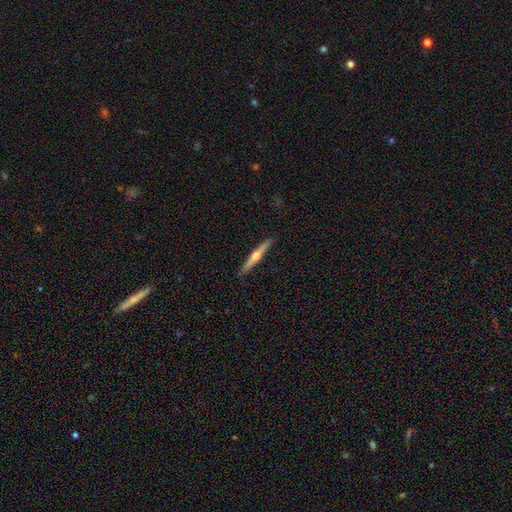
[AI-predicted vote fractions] smooth-or-featured: featured or disk: 66% | smooth: 29% | star or artifact: 5%
  disk-edge-on: yes: 98% | no: 2%
    edge-on-bulge: rounded: 91% | none: 6% | boxy: 3%
  merging: none: 91% | minor disturbance: 6% | major disturbance: 1% | merger: 1%